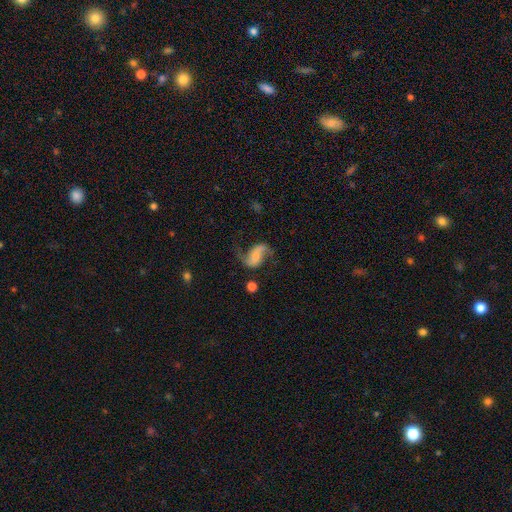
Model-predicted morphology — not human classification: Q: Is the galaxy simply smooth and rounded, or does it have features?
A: featured or disk — 81%.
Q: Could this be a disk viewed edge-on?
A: no — 97%.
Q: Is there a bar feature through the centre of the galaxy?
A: no — 41%.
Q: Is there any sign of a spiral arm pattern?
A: yes — 95%.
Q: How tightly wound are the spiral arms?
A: loose — 75%.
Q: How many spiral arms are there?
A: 2 — 92%.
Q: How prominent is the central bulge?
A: small — 44%.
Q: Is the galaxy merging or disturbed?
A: none — 67%.